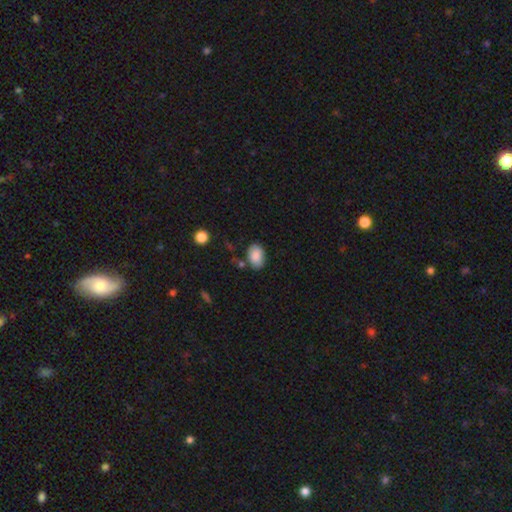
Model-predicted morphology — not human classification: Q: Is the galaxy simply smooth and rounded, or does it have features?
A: smooth — 87%.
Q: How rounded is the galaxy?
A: in between — 87%.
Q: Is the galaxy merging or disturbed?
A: none — 77%.